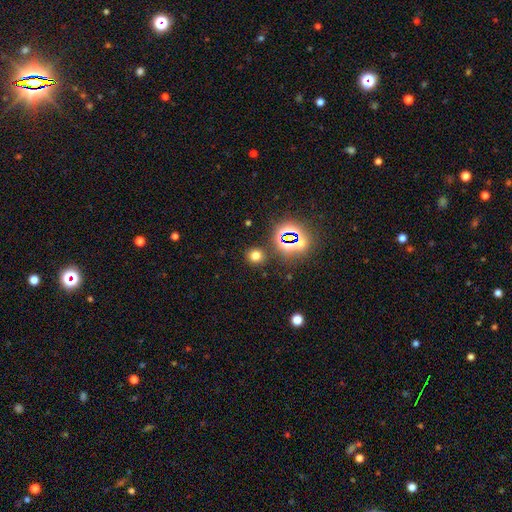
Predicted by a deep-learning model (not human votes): Smooth or featured? Predicted: smooth (p=0.67). How rounded? Predicted: round (p=0.84). Merging? Predicted: none (p=0.86).